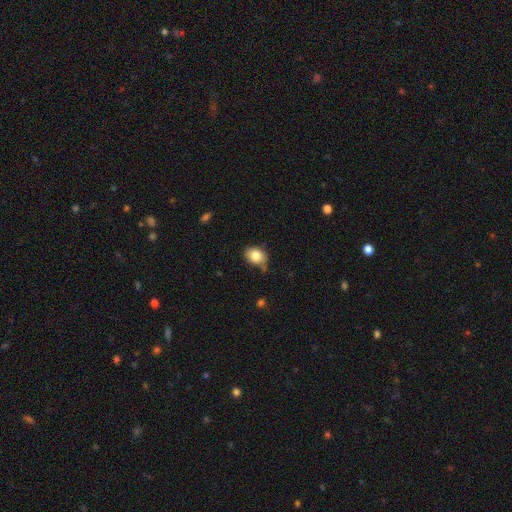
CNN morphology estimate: Smooth or featured?
  - smooth: 81% *
  - featured or disk: 10%
  - star or artifact: 9%
How rounded?
  - in between: 61% *
  - round: 38%
  - cigar-shaped: 1%
Merging?
  - none: 65% *
  - minor disturbance: 26%
  - major disturbance: 5%
  - merger: 5%